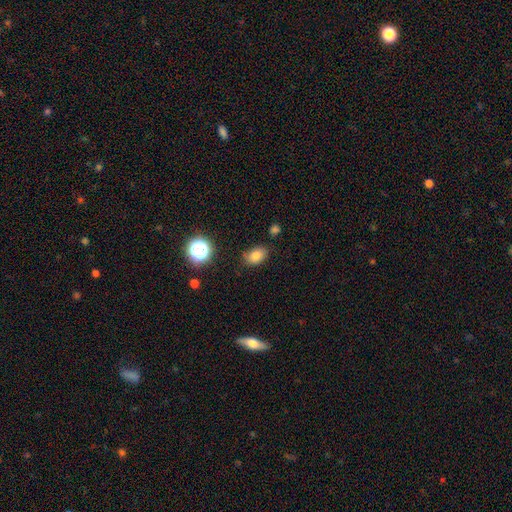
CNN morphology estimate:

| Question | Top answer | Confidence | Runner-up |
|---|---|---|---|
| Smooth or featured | smooth | 80% | star or artifact (12%) |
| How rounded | in between | 80% | round (18%) |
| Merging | none | 77% | minor disturbance (17%) |